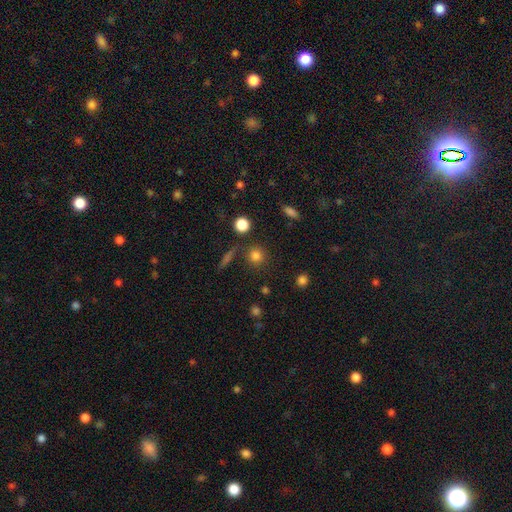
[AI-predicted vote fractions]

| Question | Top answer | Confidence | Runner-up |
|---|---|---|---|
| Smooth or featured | smooth | 81% | star or artifact (13%) |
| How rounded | round | 90% | in between (8%) |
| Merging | none | 80% | minor disturbance (9%) |